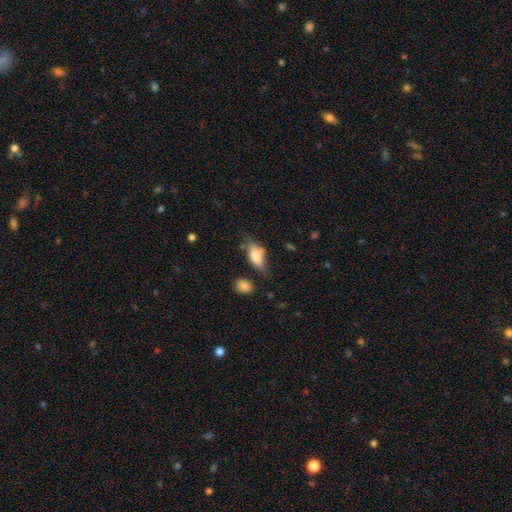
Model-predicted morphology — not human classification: The model was most divided on "merging": none: 58%, minor disturbance: 27%, major disturbance: 9%, merger: 5%. More confident: how rounded — in between (80%); smooth or featured — smooth (66%).